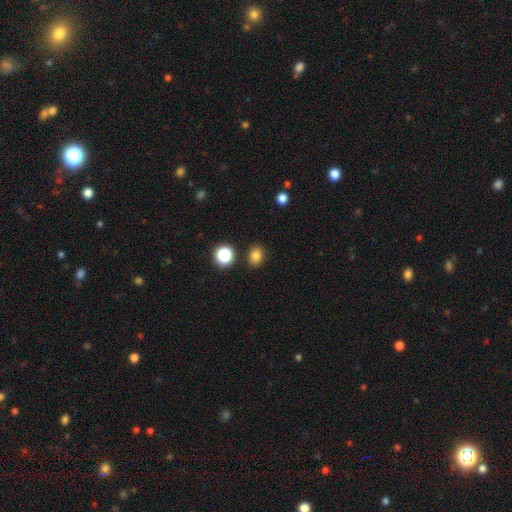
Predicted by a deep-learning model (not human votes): Smooth or featured? Predicted: smooth (p=0.81). How rounded? Predicted: round (p=0.53). Merging? Predicted: none (p=0.87).